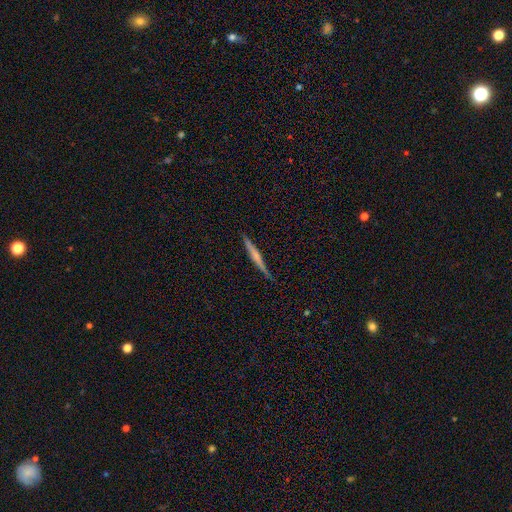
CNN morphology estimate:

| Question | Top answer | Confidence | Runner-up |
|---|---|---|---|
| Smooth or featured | featured or disk | 51% | smooth (43%) |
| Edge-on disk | yes | 97% | no (3%) |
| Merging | none | 86% | minor disturbance (11%) |